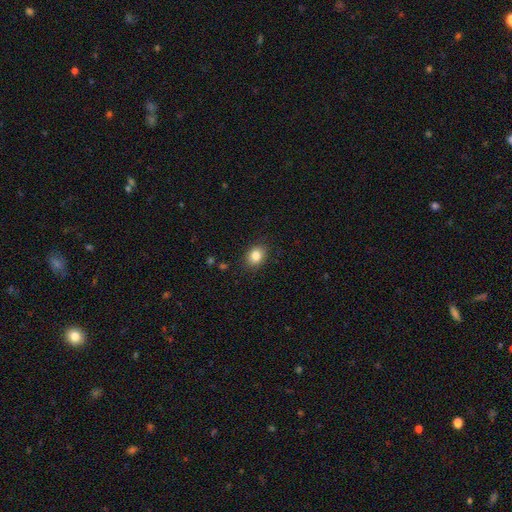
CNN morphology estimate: Smooth or featured?
  - smooth: 84% *
  - star or artifact: 10%
  - featured or disk: 6%
How rounded?
  - in between: 54% *
  - round: 45%
  - cigar-shaped: 1%
Merging?
  - none: 87% *
  - minor disturbance: 9%
  - major disturbance: 2%
  - merger: 1%